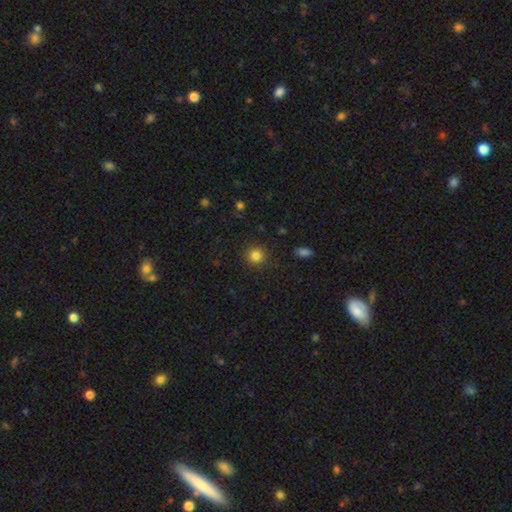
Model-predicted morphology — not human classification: Smooth or featured?
  - smooth: 83% *
  - star or artifact: 12%
  - featured or disk: 5%
How rounded?
  - round: 93% *
  - in between: 6%
  - cigar-shaped: 1%
Merging?
  - none: 91% *
  - minor disturbance: 6%
  - major disturbance: 2%
  - merger: 1%